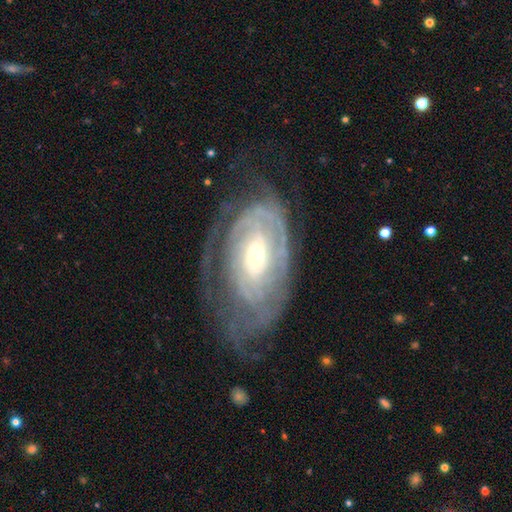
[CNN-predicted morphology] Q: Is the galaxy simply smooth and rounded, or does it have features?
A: featured or disk — 85%.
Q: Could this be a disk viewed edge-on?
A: no — 95%.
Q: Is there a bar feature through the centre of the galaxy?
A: no — 47%.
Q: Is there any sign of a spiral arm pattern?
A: yes — 92%.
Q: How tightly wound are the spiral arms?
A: tight — 73%.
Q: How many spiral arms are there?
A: can't tell — 48%.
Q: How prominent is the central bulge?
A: small — 51%.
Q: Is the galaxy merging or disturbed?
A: none — 56%.